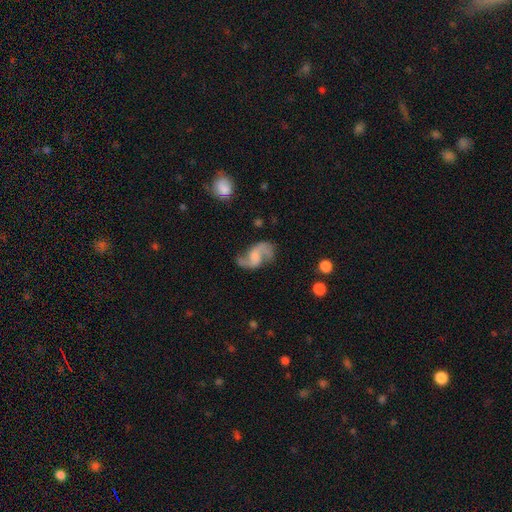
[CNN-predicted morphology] Smooth or featured: featured or disk — 85% (smooth — 9%)
Edge-on disk: no — 98% (yes — 2%)
Bar: weak — 45% (no — 42%)
Spiral arms: yes — 95% (no — 5%)
Spiral winding: loose — 68% (medium — 27%)
Spiral arm count: 2 — 92% (1 — 2%)
Bulge size: none — 57% (small — 17%)
Merging: none — 67% (minor disturbance — 18%)